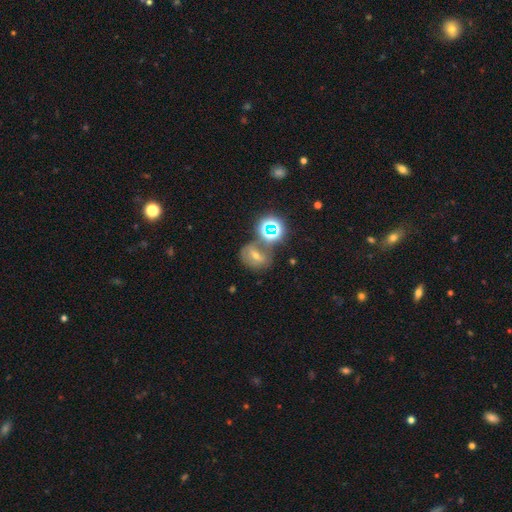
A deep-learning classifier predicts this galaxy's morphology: Smooth or featured? star or artifact (39%)